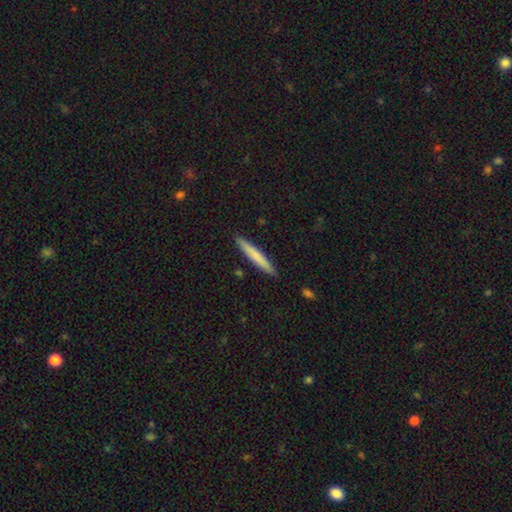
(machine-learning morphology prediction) Smooth or featured: smooth — 71% (featured or disk — 23%)
How rounded: cigar-shaped — 95% (in between — 3%)
Merging: none — 91% (minor disturbance — 6%)